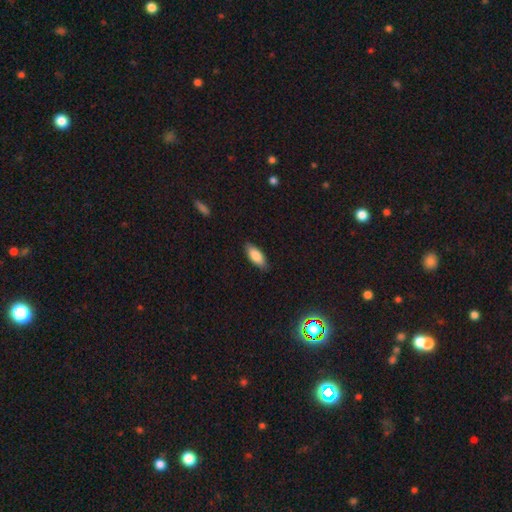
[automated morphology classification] The model was most divided on "how rounded": in between: 80%, cigar-shaped: 18%, round: 2%. More confident: merging — none (85%); smooth or featured — smooth (84%).